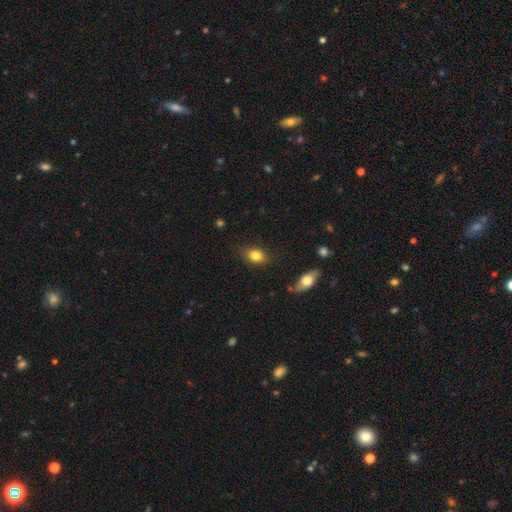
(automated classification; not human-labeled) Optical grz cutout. It shows a smooth galaxy with no disk features (80%) that is in between round and cigar-shaped (71%). Merging: none (77%).